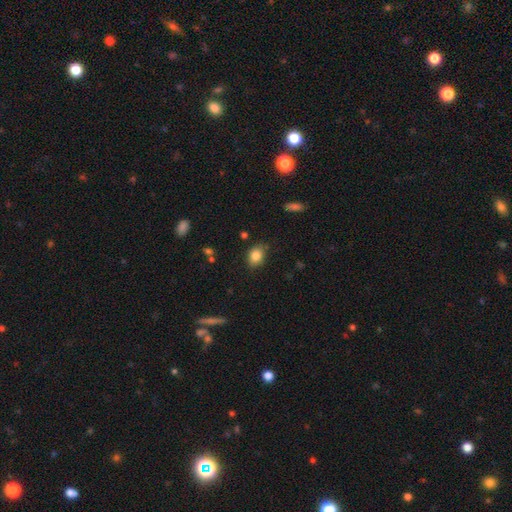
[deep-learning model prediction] smooth_or_featured: smooth (p=0.84) [alt: star or artifact p=0.09]
how_rounded: in between (p=0.71) [alt: round p=0.27]
merging: none (p=0.73) [alt: minor disturbance p=0.21]